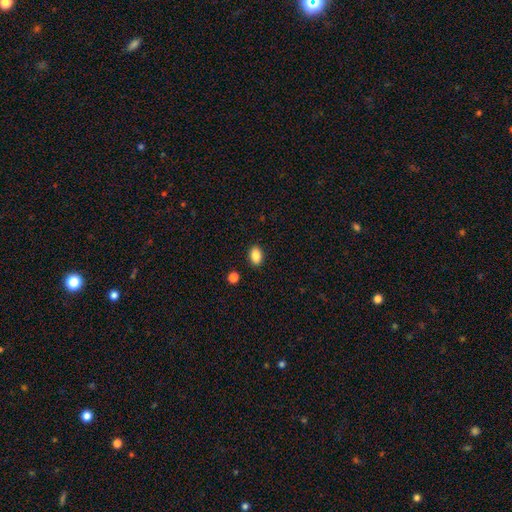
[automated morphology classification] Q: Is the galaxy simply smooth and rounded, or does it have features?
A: smooth — 87%.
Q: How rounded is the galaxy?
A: in between — 83%.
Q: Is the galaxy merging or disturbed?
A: none — 89%.